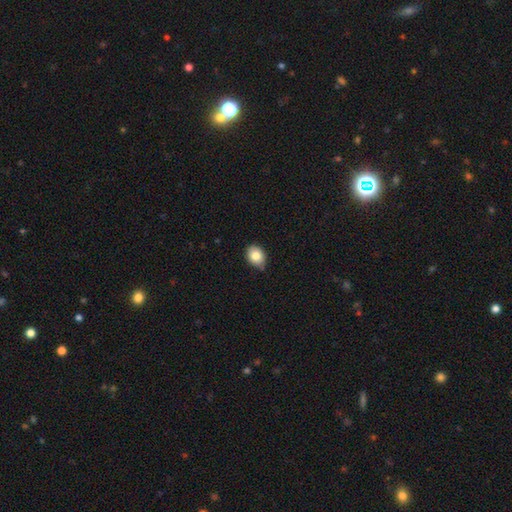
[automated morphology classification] Q: Smooth or featured?
A: smooth (80%); runner-up: featured or disk (11%)
Q: How rounded?
A: in between (59%); runner-up: round (40%)
Q: Merging?
A: none (69%); runner-up: minor disturbance (26%)